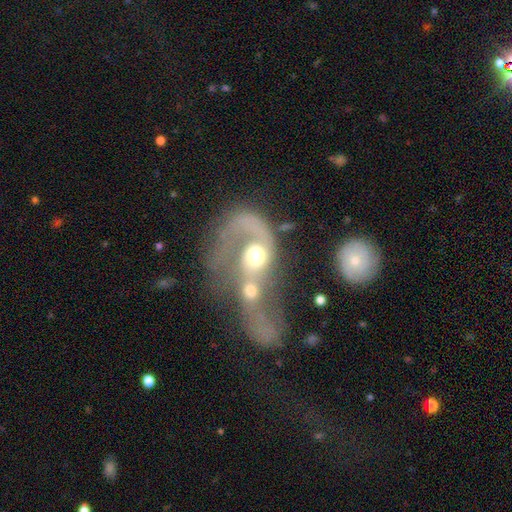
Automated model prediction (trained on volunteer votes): featured or disk 67%, smooth 25%, star or artifact 9%. Down the decision tree: edge-on disk — no (96%); bar — no (72%); spiral arms — yes (71%); bulge size — moderate (62%); merging — merger (78%).